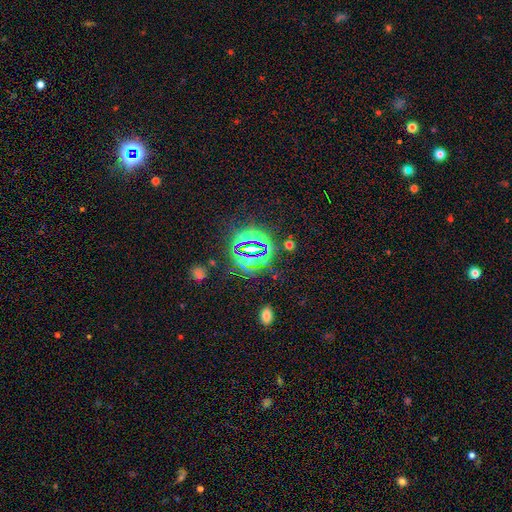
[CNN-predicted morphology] Q: Smooth or featured?
A: star or artifact (81%); runner-up: smooth (11%)